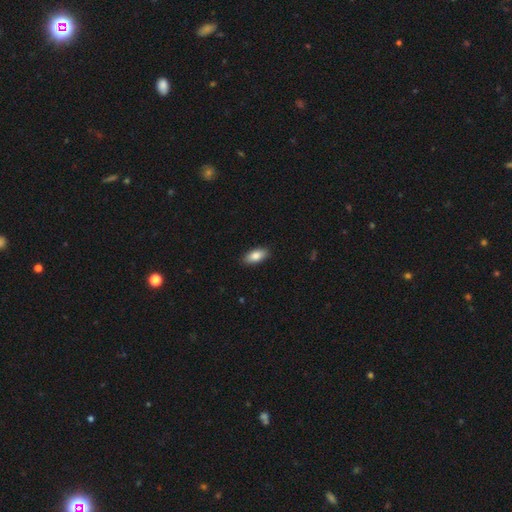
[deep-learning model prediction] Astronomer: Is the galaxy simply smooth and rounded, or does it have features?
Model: smooth — 84%.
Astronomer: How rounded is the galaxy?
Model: in between — 88%.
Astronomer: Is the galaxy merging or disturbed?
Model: none — 89%.